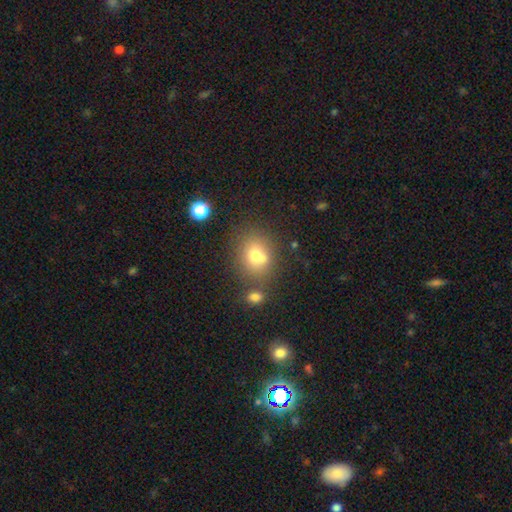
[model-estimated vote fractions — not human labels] The model was most divided on "how rounded": round: 64%, in between: 35%, cigar-shaped: 1%. More confident: smooth or featured — smooth (71%); merging — none (57%).